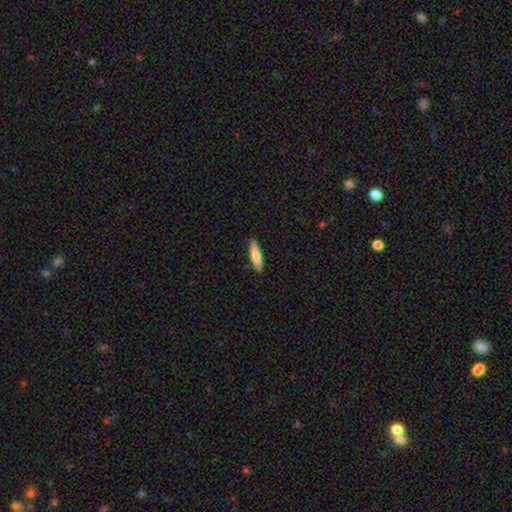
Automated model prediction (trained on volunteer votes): This is likely a smooth galaxy (71%). How rounded: likely cigar-shaped (76%). Merging: clearly none (90%).